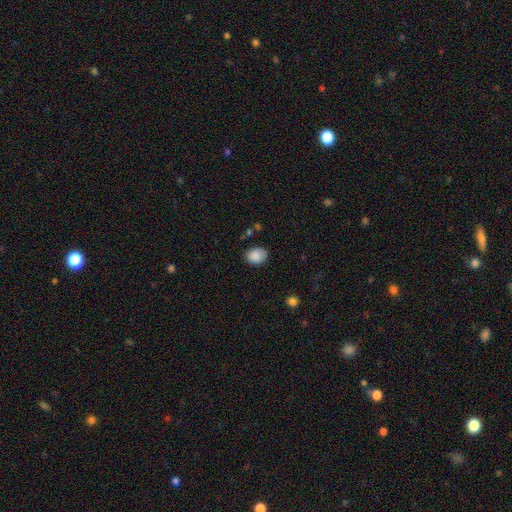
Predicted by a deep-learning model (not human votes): A smooth galaxy with no disk features (87%) that is in between round and cigar-shaped (50%).

Vote fractions:
- Smooth or featured? smooth: 87% / star or artifact: 8% / featured or disk: 4%
- How rounded? in between: 50% / round: 49% / cigar-shaped: 1%
- Merging? none: 78% / minor disturbance: 17% / major disturbance: 4% / merger: 2%